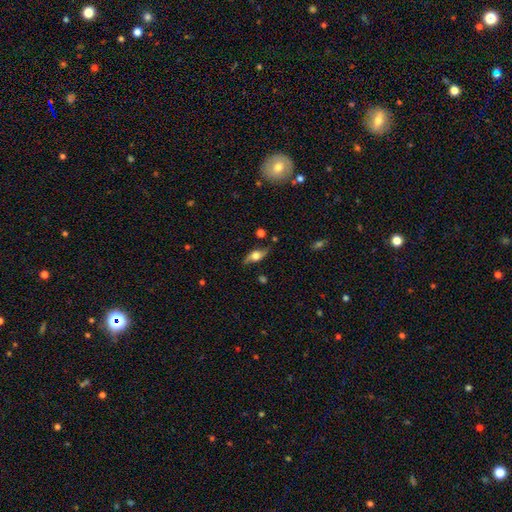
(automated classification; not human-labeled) Overall: featured or disk (52%; smooth 40%). Edge-on disk: yes (60%; no 40%). Merging: none (74%).